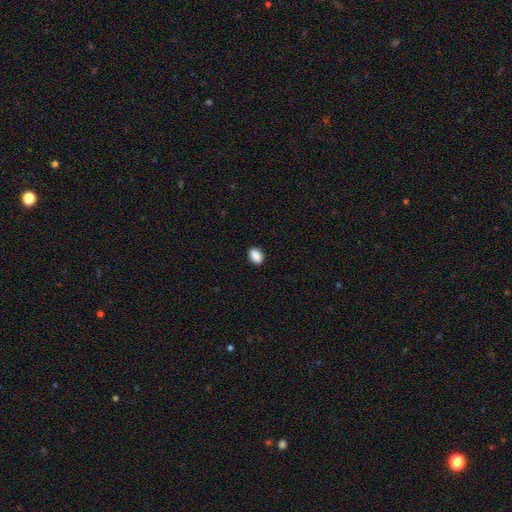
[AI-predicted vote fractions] Morphology: type=smooth (89%); roundness=in between (80%); merging=none (88%).